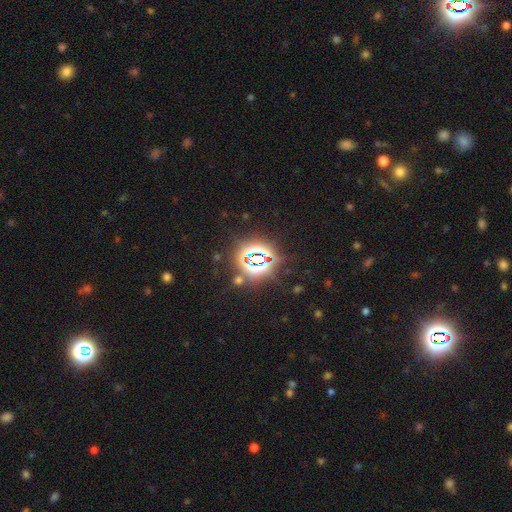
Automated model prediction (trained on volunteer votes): smooth_or_featured: star or artifact (p=0.81) [alt: smooth p=0.12]